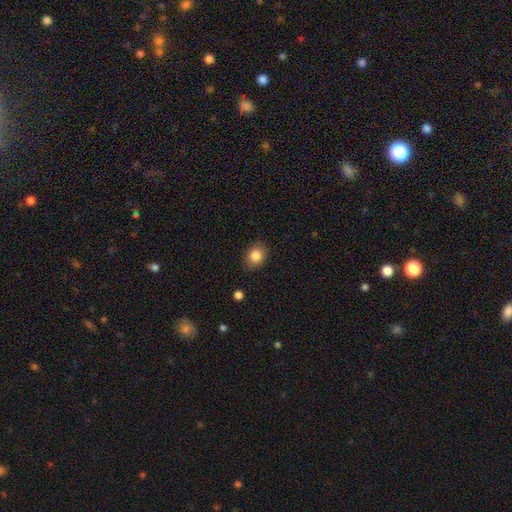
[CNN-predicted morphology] smooth_or_featured: smooth (p=0.86) [alt: star or artifact p=0.09]
how_rounded: round (p=0.52) [alt: in between p=0.47]
merging: none (p=0.85) [alt: minor disturbance p=0.11]